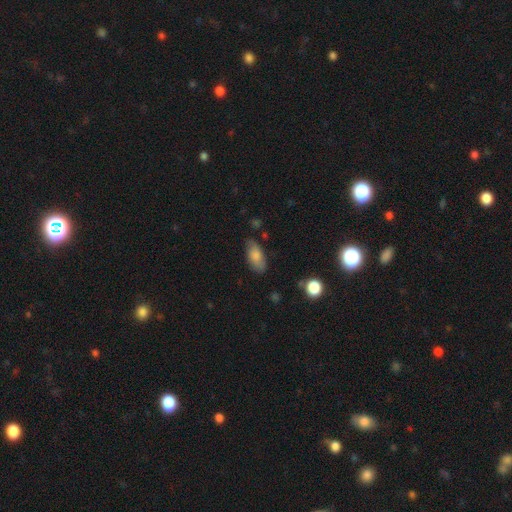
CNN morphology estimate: This appears to be a smooth galaxy with no disk features (80%) that is in between round and cigar-shaped (89%). Merging: none (71%).